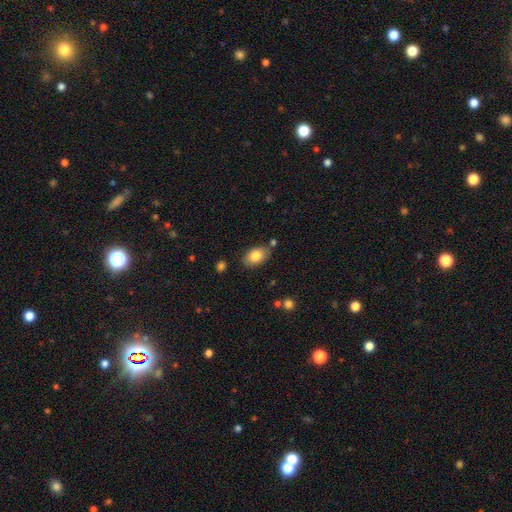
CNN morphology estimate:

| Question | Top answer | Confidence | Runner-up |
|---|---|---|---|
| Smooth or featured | smooth | 83% | featured or disk (10%) |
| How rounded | in between | 89% | round (10%) |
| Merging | none | 79% | minor disturbance (13%) |